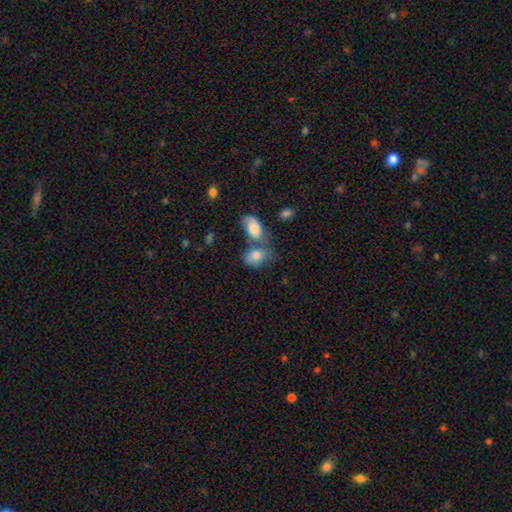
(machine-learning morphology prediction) This is clearly a smooth galaxy (81%). How rounded: clearly in between (82%). Merging: marginally merger (44%).